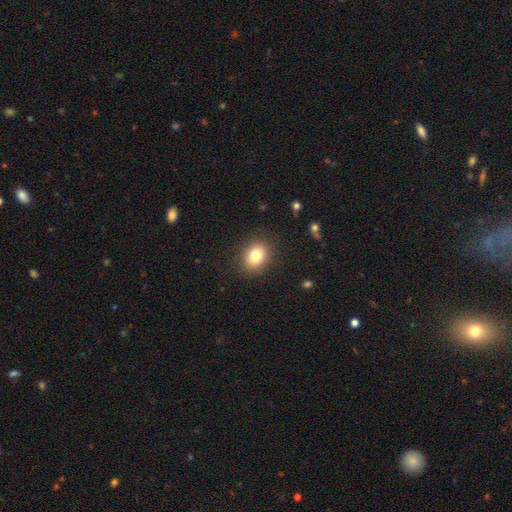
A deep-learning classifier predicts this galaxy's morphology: A smooth galaxy with no disk features (81%) that is round (50%). Merging: none (88%).